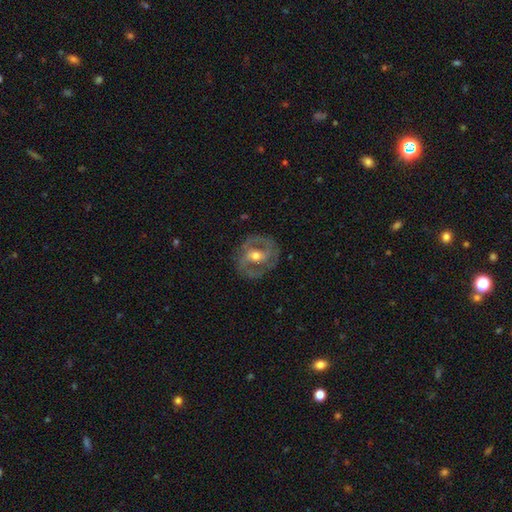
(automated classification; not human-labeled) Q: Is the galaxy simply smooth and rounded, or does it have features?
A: featured or disk — 79%.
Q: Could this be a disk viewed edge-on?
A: no — 96%.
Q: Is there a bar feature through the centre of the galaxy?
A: weak — 39%.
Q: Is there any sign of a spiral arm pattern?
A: yes — 77%.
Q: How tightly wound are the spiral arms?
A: medium — 48%.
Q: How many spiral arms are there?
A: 2 — 79%.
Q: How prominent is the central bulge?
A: moderate — 70%.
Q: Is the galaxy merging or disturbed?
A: none — 77%.